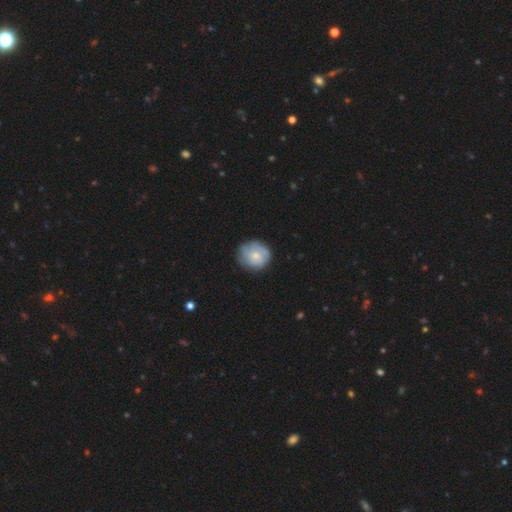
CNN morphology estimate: This is likely a smooth galaxy (65%). How rounded: clearly round (85%). Merging: likely none (77%).